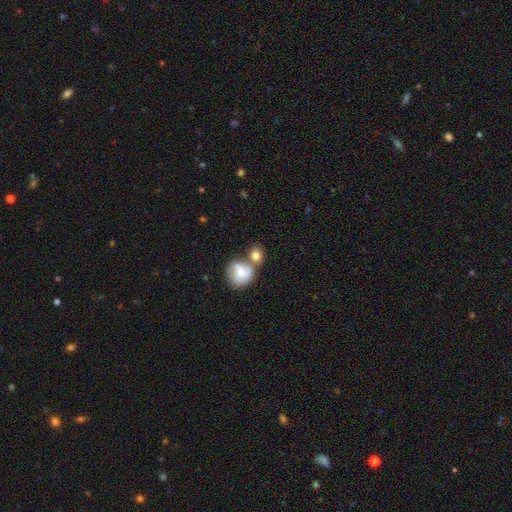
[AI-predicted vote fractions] smooth_or_featured: smooth (p=0.79) [alt: featured or disk p=0.14]
how_rounded: round (p=0.75) [alt: in between p=0.23]
merging: merger (p=0.49) [alt: none p=0.37]